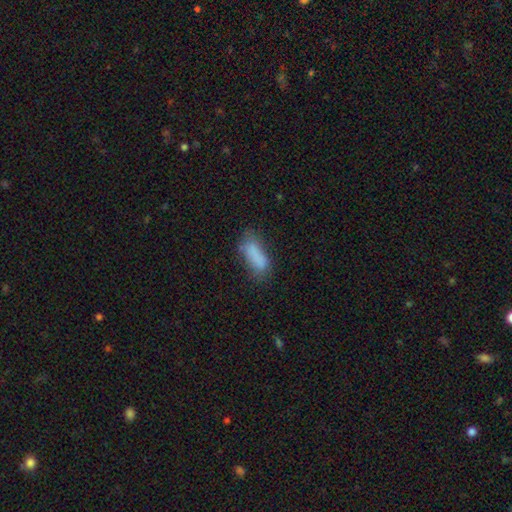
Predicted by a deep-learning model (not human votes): Morphology: type=smooth (79%); roundness=in between (72%); merging=none (49%).